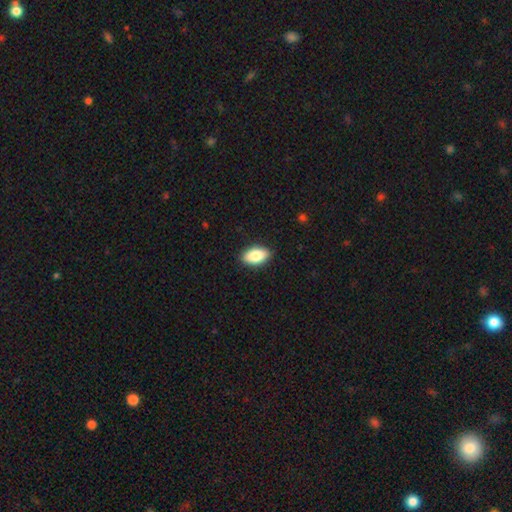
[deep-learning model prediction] smooth 82%, featured or disk 11%, star or artifact 7%. Down the decision tree: how rounded — in between (91%); merging — none (89%).